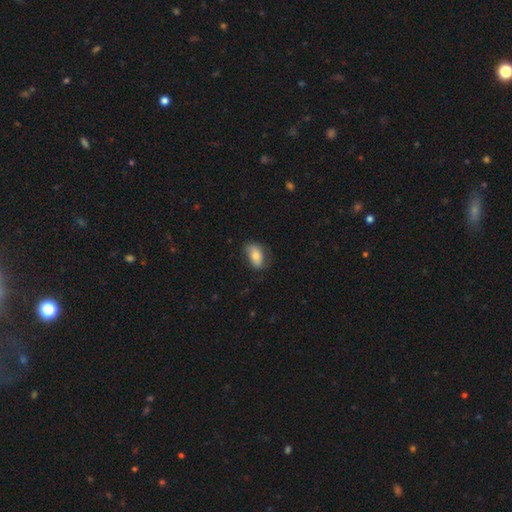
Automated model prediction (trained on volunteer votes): Overall: smooth (72%). How rounded: in between (89%). Merging: none (65%).